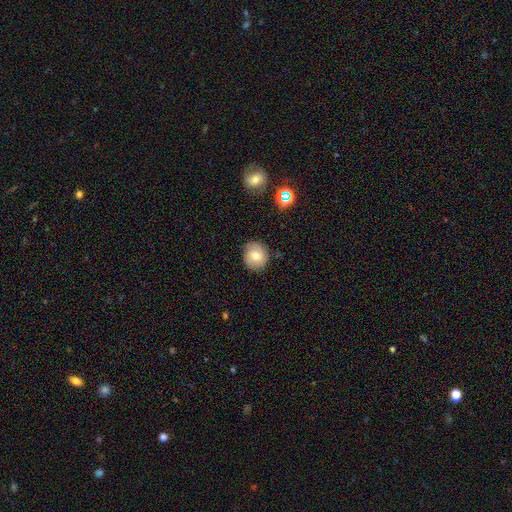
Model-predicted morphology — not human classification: smooth 68%, featured or disk 22%, star or artifact 10%. Down the decision tree: how rounded — round (80%); merging — none (83%).